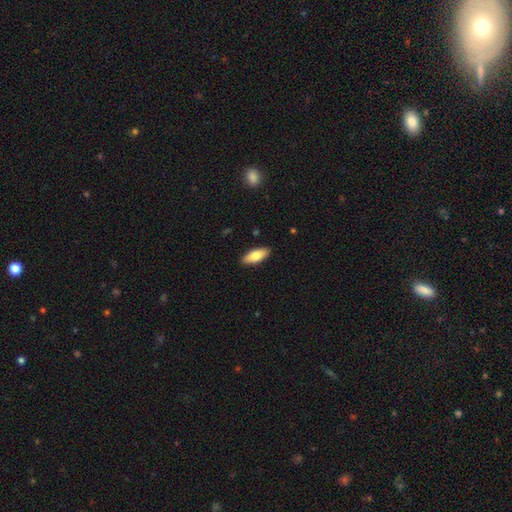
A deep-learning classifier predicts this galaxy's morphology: Q: Smooth or featured?
A: smooth (78%); runner-up: featured or disk (16%)
Q: How rounded?
A: in between (79%); runner-up: cigar-shaped (19%)
Q: Merging?
A: none (89%); runner-up: minor disturbance (8%)